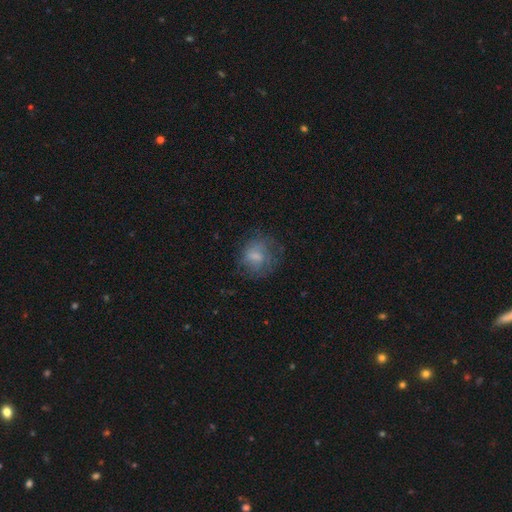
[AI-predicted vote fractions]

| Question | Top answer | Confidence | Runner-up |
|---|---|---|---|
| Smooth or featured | smooth | 58% | featured or disk (32%) |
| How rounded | round | 70% | in between (29%) |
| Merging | none | 60% | minor disturbance (21%) |